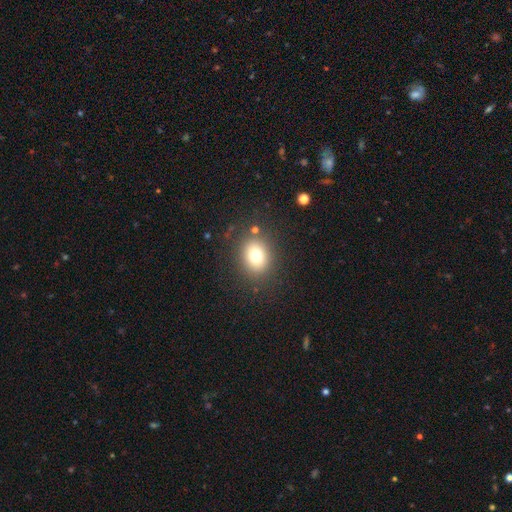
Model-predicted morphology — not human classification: Smooth or featured? smooth (76%)
How rounded? round (58%)
Merging? none (84%)